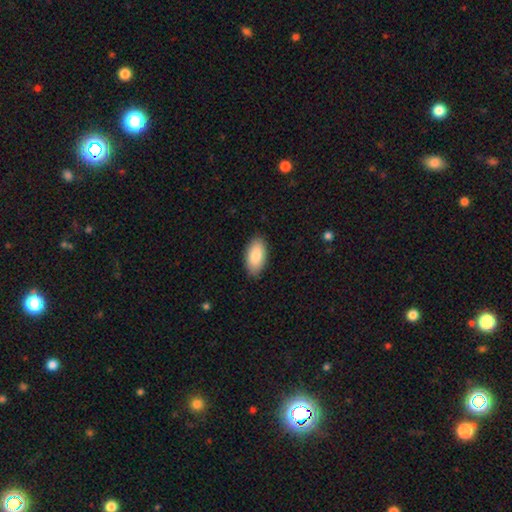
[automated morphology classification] Smooth or featured? Predicted: smooth (p=0.86). How rounded? Predicted: in between (p=0.95). Merging? Predicted: none (p=0.88).